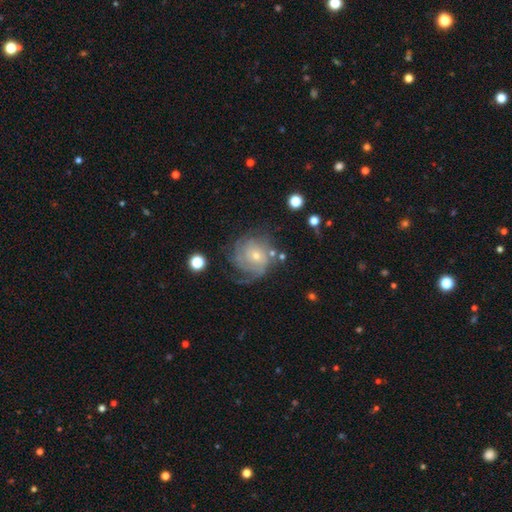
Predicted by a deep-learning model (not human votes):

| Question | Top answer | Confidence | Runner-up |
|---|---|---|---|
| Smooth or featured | featured or disk | 74% | smooth (18%) |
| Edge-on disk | no | 97% | yes (3%) |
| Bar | no | 76% | weak (21%) |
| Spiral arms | yes | 90% | no (10%) |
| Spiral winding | tight | 57% | medium (30%) |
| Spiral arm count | can't tell | 42% | 3 (18%) |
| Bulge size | small | 64% | moderate (31%) |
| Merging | none | 54% | minor disturbance (22%) |